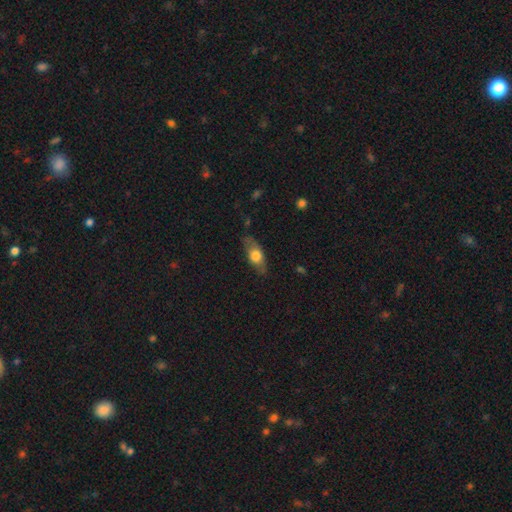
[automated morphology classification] Smooth or featured?
  - smooth: 61% *
  - featured or disk: 32%
  - star or artifact: 7%
How rounded?
  - in between: 75% *
  - cigar-shaped: 18%
  - round: 7%
Merging?
  - none: 73% *
  - minor disturbance: 20%
  - major disturbance: 6%
  - merger: 2%